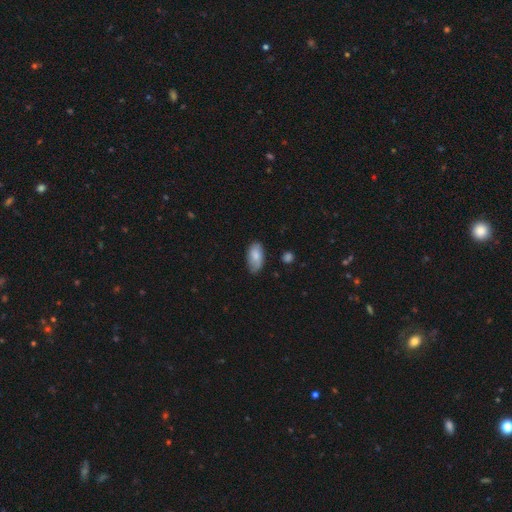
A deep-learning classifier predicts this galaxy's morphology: smooth 75%, featured or disk 18%, star or artifact 7%. Down the decision tree: how rounded — in between (93%); merging — none (71%).